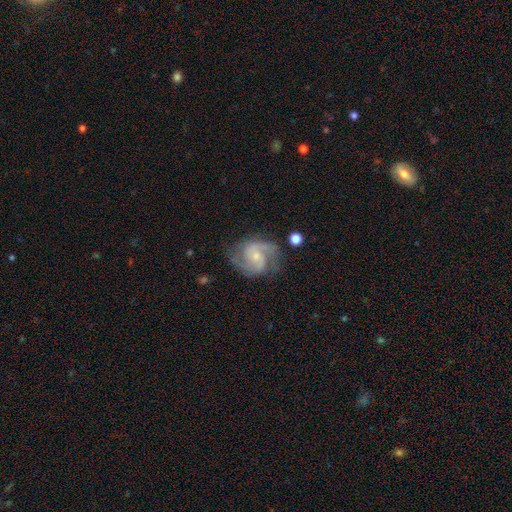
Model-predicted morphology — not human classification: The model was most divided on "bar": no: 59%, weak: 35%, strong: 6%. More confident: edge-on disk — no (98%); spiral arms — yes (97%); smooth or featured — featured or disk (87%); spiral arm count — 2 (76%); merging — none (69%); bulge size — small (66%); spiral winding — medium (56%).